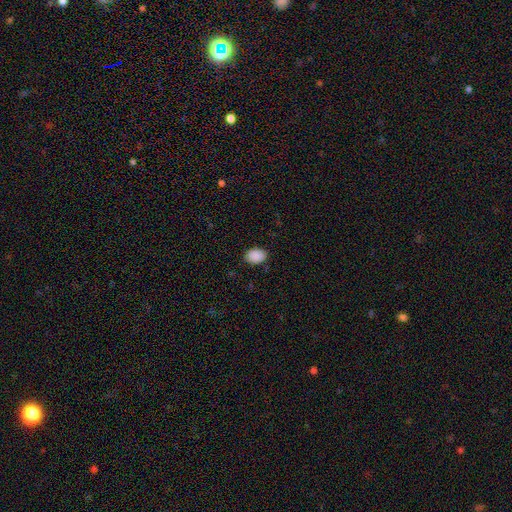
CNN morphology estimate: Smooth or featured? Predicted: smooth (p=0.90). How rounded? Predicted: in between (p=0.75). Merging? Predicted: none (p=0.87).